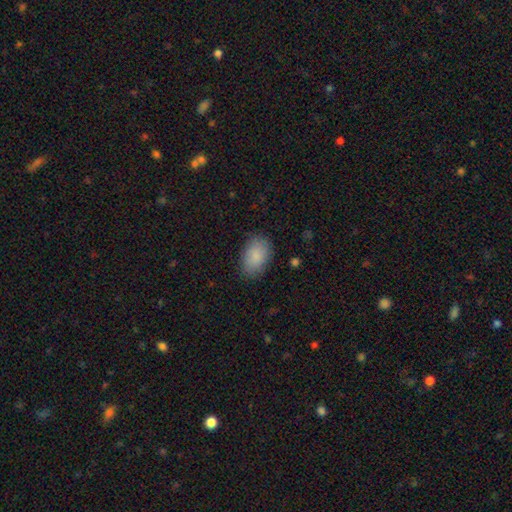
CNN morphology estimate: smooth_or_featured: smooth (p=0.88) [alt: star or artifact p=0.07]
how_rounded: in between (p=0.89) [alt: round p=0.10]
merging: none (p=0.84) [alt: minor disturbance p=0.12]